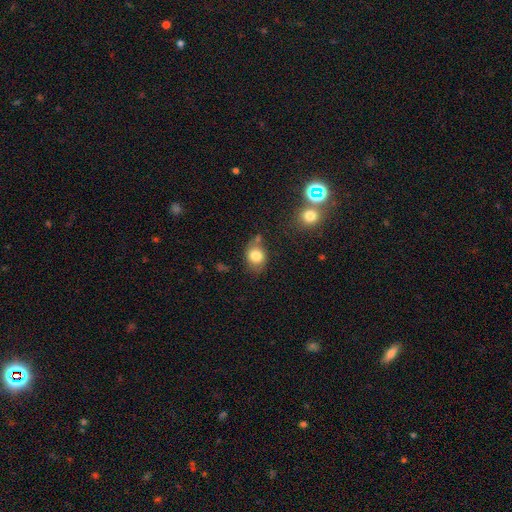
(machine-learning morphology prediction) smooth_or_featured: smooth (p=0.81) [alt: featured or disk p=0.10]
how_rounded: in between (p=0.53) [alt: round p=0.46]
merging: none (p=0.66) [alt: minor disturbance p=0.20]